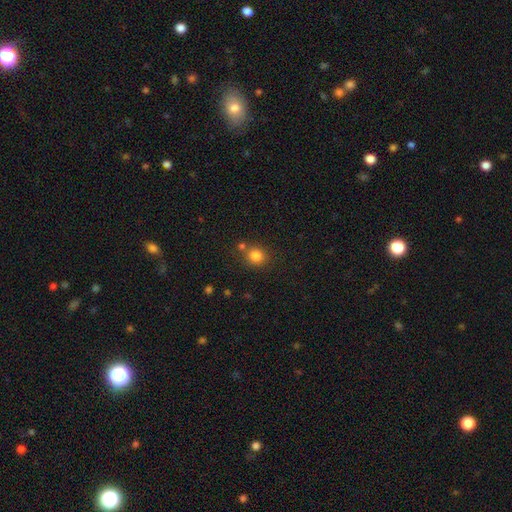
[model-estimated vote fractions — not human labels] This appears to be a smooth galaxy with no disk features (82%) that is round (82%). Merging: none (72%).